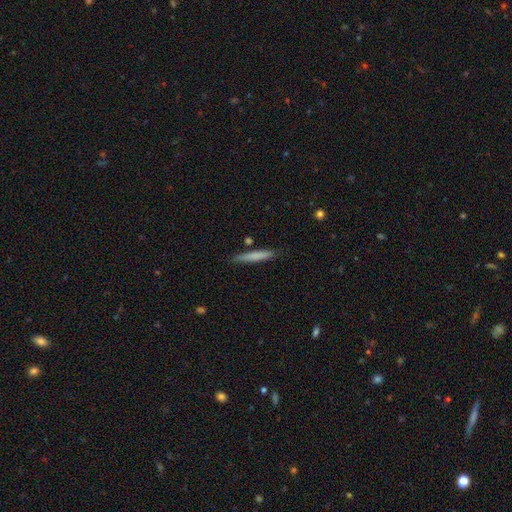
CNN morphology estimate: This is likely a smooth galaxy (74%). How rounded: clearly cigar-shaped (94%). Merging: clearly none (85%).